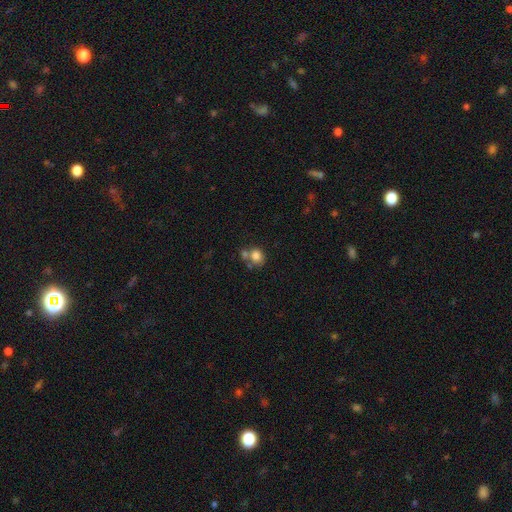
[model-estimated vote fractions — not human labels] smooth_or_featured: smooth (p=0.80) [alt: star or artifact p=0.10]
how_rounded: round (p=0.73) [alt: in between p=0.26]
merging: none (p=0.47) [alt: merger p=0.35]